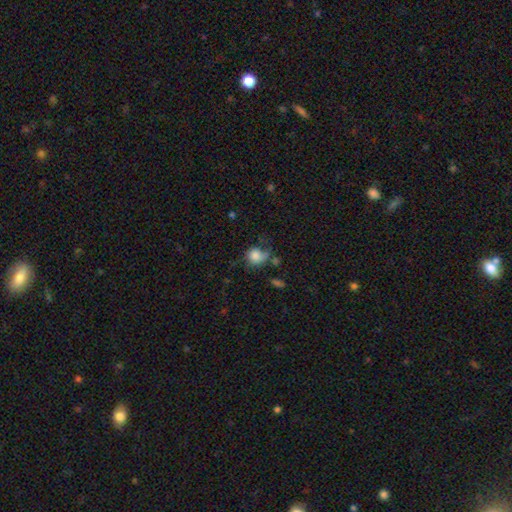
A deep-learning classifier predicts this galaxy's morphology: This is clearly a smooth galaxy (81%). How rounded: likely round (77%). Merging: possibly none (46%).